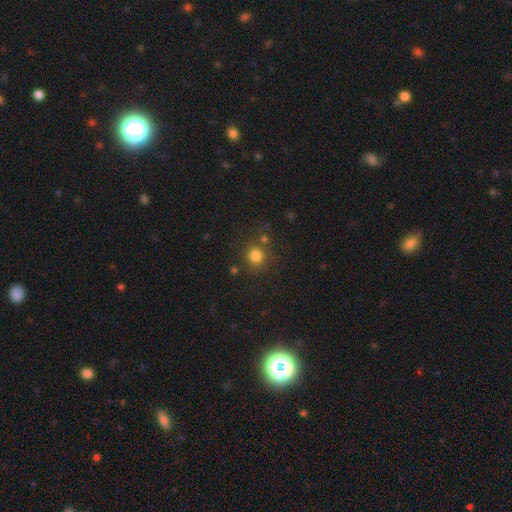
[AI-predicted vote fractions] Q: Smooth or featured?
A: smooth (80%); runner-up: star or artifact (14%)
Q: How rounded?
A: round (90%); runner-up: in between (9%)
Q: Merging?
A: none (77%); runner-up: minor disturbance (10%)